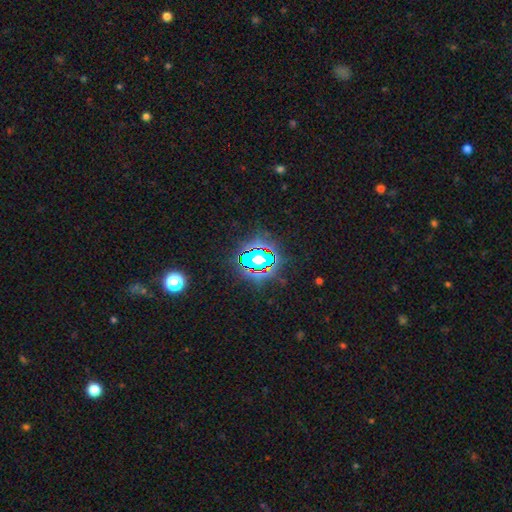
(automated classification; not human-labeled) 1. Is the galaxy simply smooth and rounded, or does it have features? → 69% star or artifact, 19% smooth, 12% featured or disk.